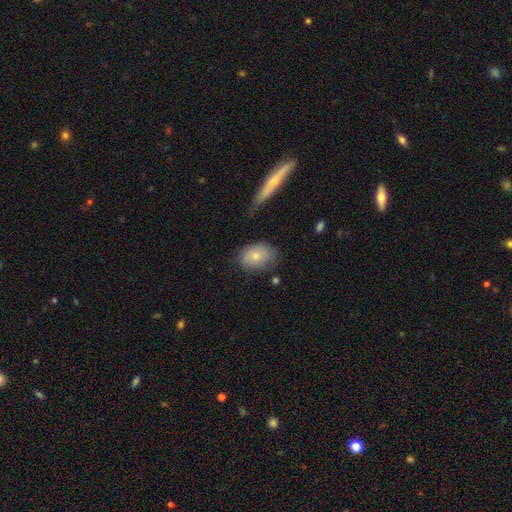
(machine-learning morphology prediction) smooth-or-featured: smooth: 74% | featured or disk: 19% | star or artifact: 7%
  how-rounded: in between: 71% | round: 27% | cigar-shaped: 2%
  merging: none: 57% | minor disturbance: 28% | major disturbance: 10% | merger: 5%